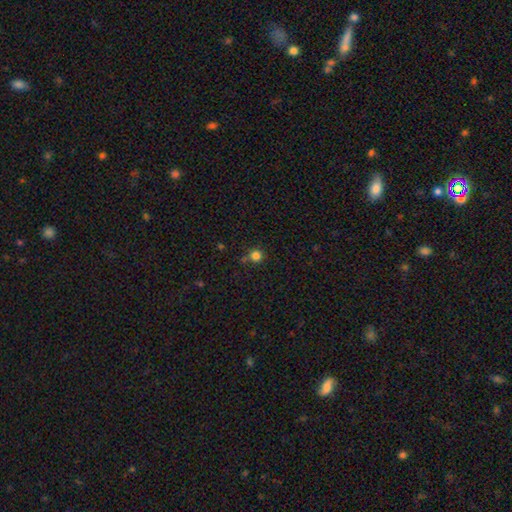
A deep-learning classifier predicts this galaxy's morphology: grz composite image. It shows a smooth galaxy with no disk features (81%) that is round (94%). Merging: none (74%).